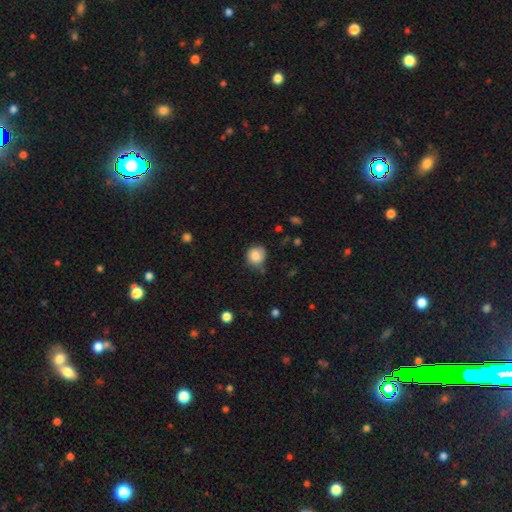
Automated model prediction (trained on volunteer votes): This is clearly a smooth galaxy (82%). How rounded: clearly round (84%). Merging: likely none (64%).